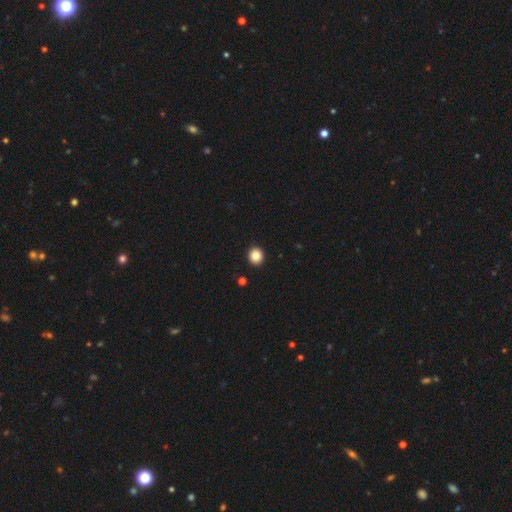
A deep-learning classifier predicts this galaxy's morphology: smooth-or-featured: smooth: 85% | star or artifact: 10% | featured or disk: 5%
  how-rounded: round: 87% | in between: 12% | cigar-shaped: 1%
  merging: none: 93% | minor disturbance: 4% | major disturbance: 1% | merger: 1%